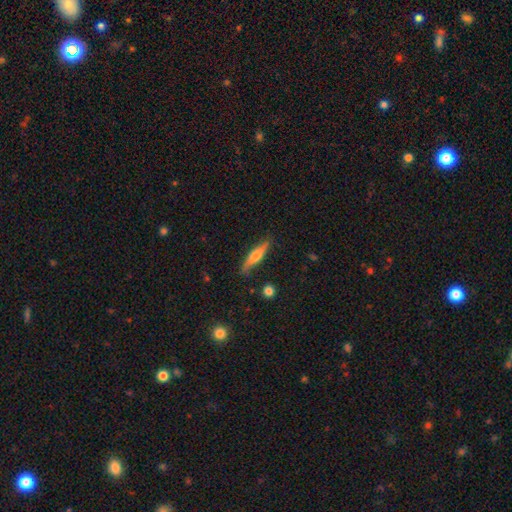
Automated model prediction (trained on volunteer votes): A smooth galaxy with no disk features (50%) that is cigar-shaped (79%). Merging: none (79%).